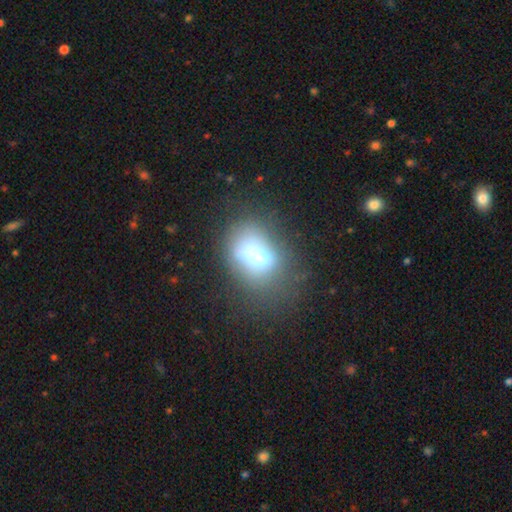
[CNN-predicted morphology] smooth 58%, featured or disk 26%, star or artifact 16%. Down the decision tree: how rounded — in between (52%); merging — none (45%).